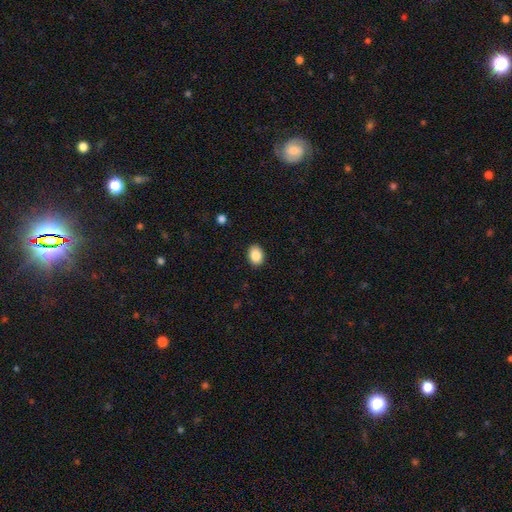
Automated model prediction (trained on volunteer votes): This is clearly a smooth galaxy (87%). How rounded: likely in between (70%). Merging: clearly none (89%).